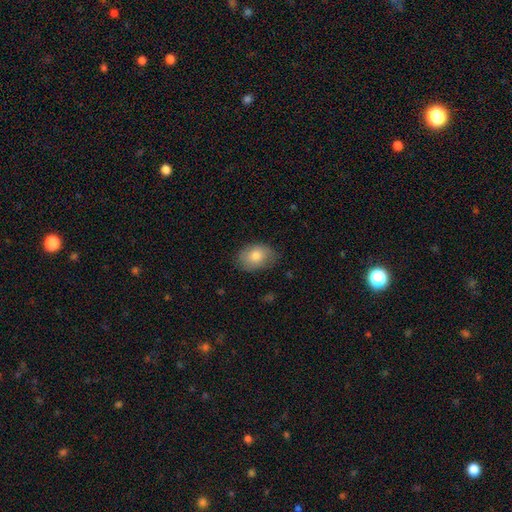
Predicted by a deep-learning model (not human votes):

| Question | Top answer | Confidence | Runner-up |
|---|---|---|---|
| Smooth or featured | smooth | 79% | featured or disk (13%) |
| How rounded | in between | 78% | round (21%) |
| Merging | none | 78% | minor disturbance (17%) |